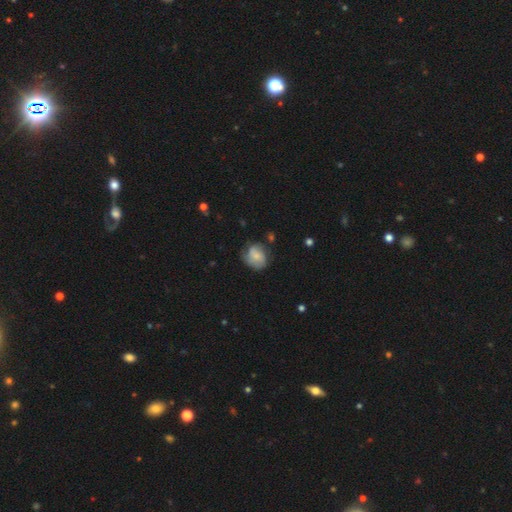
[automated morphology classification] This appears to be a smooth galaxy with no disk features (57%) that is round (56%). Merging: none (53%).